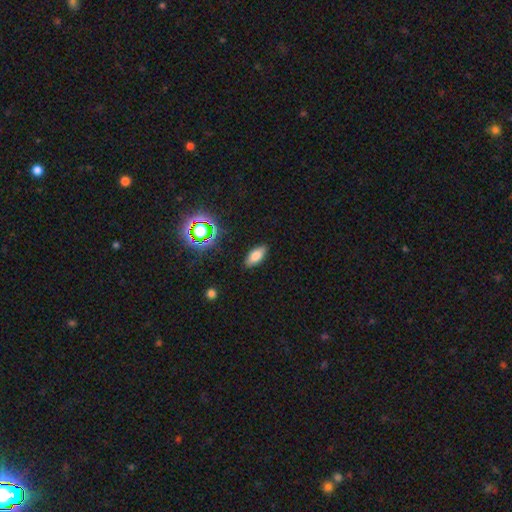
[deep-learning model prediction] This appears to be a smooth galaxy with no disk features (74%) that is in between round and cigar-shaped (84%). Merging: none (87%).